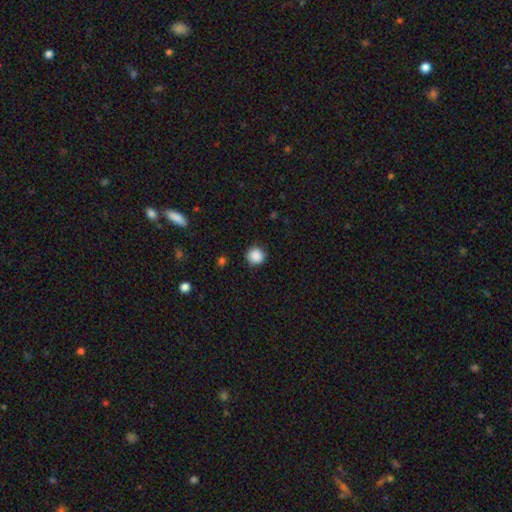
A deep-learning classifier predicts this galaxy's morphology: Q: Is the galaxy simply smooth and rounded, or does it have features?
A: smooth — 88%.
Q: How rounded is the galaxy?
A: round — 93%.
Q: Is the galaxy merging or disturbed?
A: none — 88%.